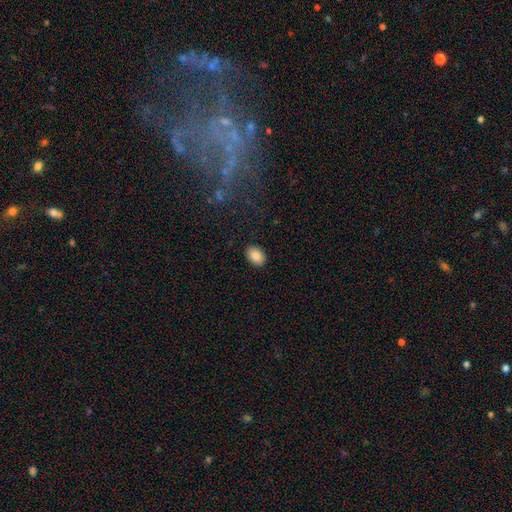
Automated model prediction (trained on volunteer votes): Q: Smooth or featured?
A: smooth (87%); runner-up: star or artifact (8%)
Q: How rounded?
A: in between (82%); runner-up: round (17%)
Q: Merging?
A: none (89%); runner-up: minor disturbance (8%)